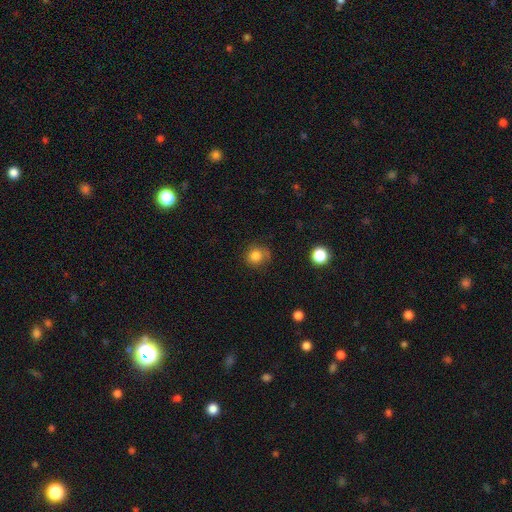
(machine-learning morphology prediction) Overall: smooth (81%). How rounded: round (87%). Merging: none (70%).